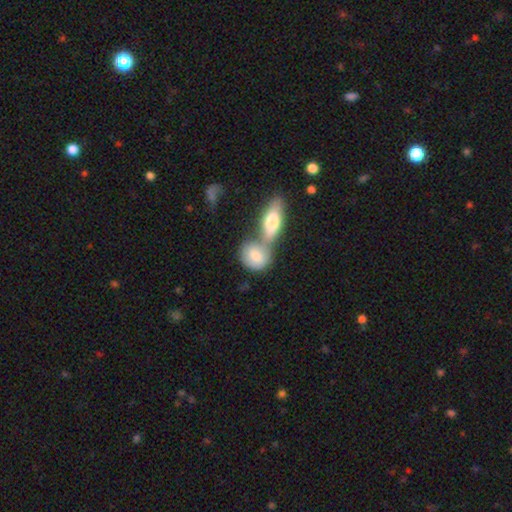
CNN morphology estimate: A smooth galaxy with no disk features (75%) that is in between round and cigar-shaped (48%). Merging: merger (54%).